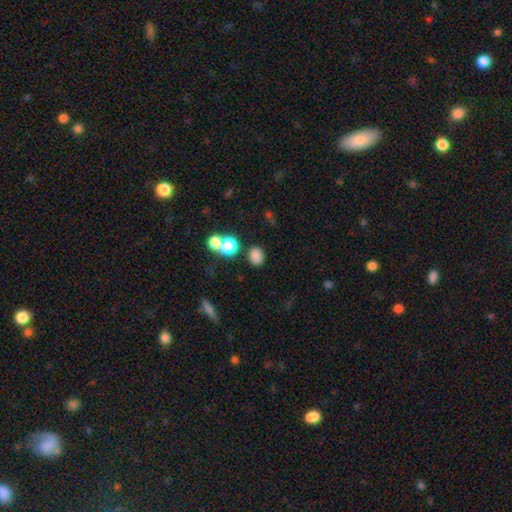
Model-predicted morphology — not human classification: Overall: smooth (79%). How rounded: round (63%; in between 36%). Merging: none (77%).